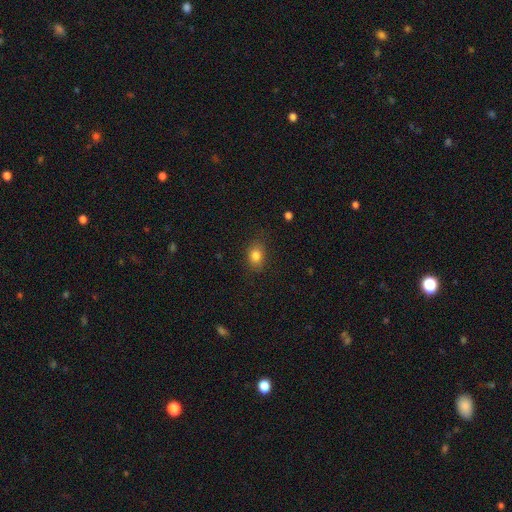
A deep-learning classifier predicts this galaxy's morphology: smooth-or-featured: smooth: 83% | star or artifact: 11% | featured or disk: 7%
  how-rounded: in between: 61% | round: 38% | cigar-shaped: 1%
  merging: none: 80% | minor disturbance: 15% | major disturbance: 4% | merger: 1%